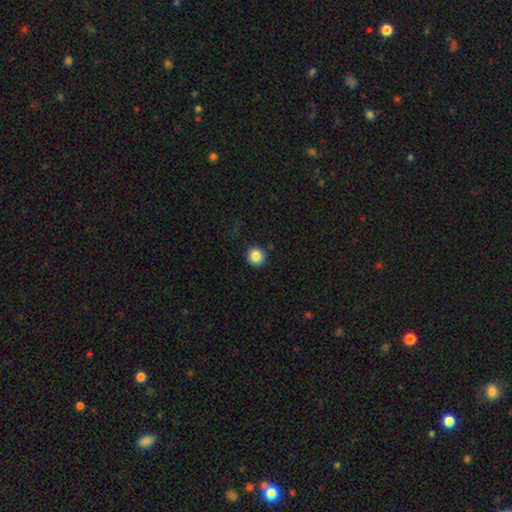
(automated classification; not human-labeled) Smooth or featured: smooth — 85% (star or artifact — 10%)
How rounded: round — 93% (in between — 6%)
Merging: none — 89% (minor disturbance — 8%)